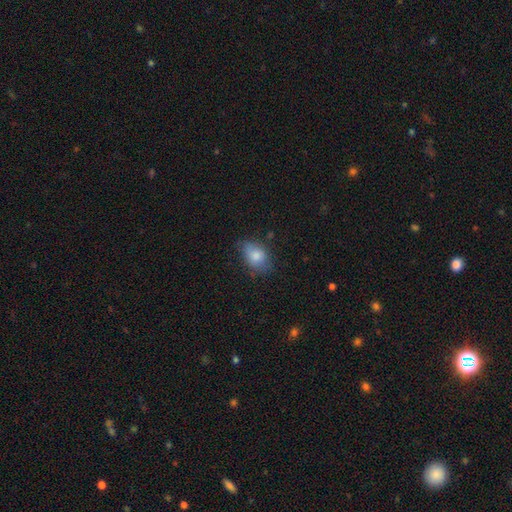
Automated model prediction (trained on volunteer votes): The model was most divided on "merging": none: 58%, minor disturbance: 31%, major disturbance: 9%, merger: 2%. More confident: smooth or featured — smooth (81%); how rounded — in between (77%).